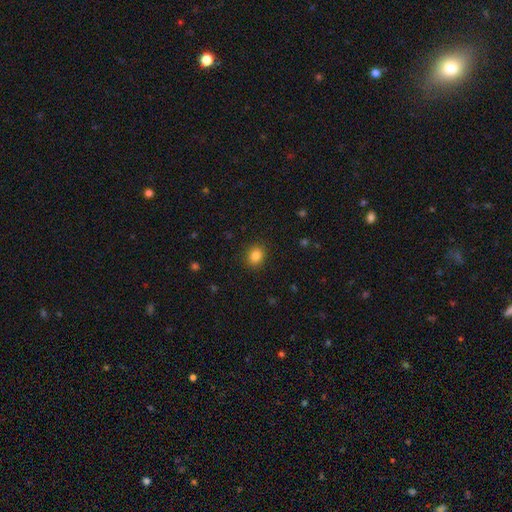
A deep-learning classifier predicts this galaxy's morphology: smooth_or_featured: smooth (p=0.84) [alt: star or artifact p=0.11]
how_rounded: round (p=0.65) [alt: in between p=0.35]
merging: none (p=0.89) [alt: minor disturbance p=0.07]